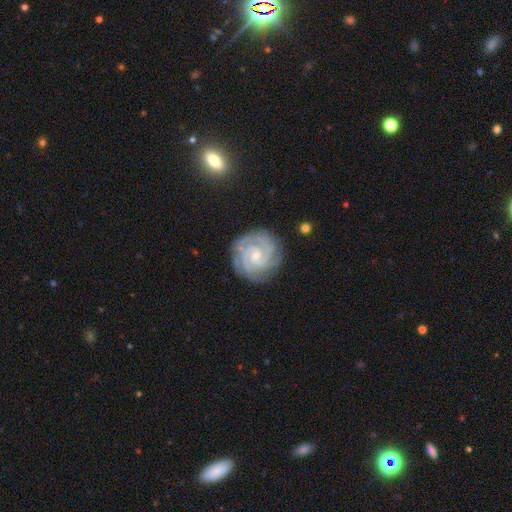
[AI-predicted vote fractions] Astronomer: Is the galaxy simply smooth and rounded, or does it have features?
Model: featured or disk — 91%.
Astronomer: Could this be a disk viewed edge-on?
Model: no — 98%.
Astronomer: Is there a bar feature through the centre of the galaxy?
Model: no — 53% (runner-up: weak, 36%).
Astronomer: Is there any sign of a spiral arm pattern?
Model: yes — 99%.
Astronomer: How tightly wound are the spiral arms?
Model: tight — 81%.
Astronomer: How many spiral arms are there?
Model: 2 — 35% (runner-up: 3, 33%).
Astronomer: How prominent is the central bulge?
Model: small — 68%.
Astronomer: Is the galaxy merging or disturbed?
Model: none — 82%.